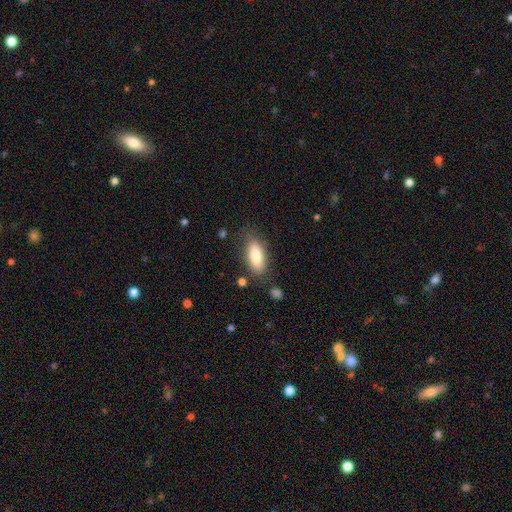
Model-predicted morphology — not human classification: Smooth or featured?
  - smooth: 82% *
  - featured or disk: 12%
  - star or artifact: 7%
How rounded?
  - in between: 84% *
  - cigar-shaped: 13%
  - round: 2%
Merging?
  - none: 76% *
  - minor disturbance: 16%
  - major disturbance: 5%
  - merger: 3%